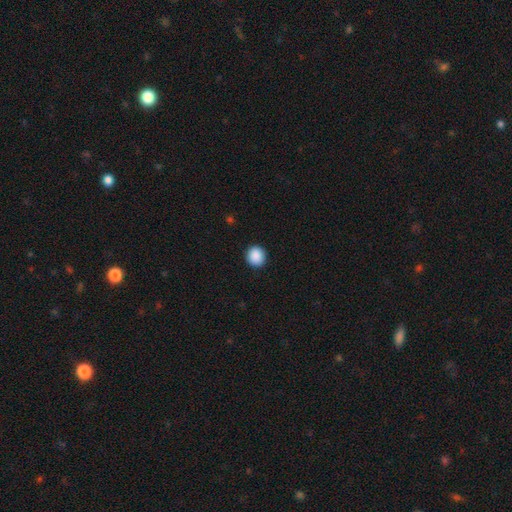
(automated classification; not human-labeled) smooth_or_featured: smooth (p=0.89) [alt: star or artifact p=0.08]
how_rounded: round (p=0.88) [alt: in between p=0.11]
merging: none (p=0.92) [alt: minor disturbance p=0.05]